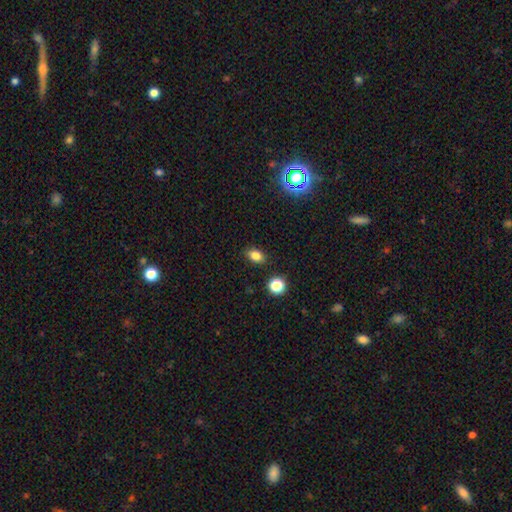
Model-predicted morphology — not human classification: Smooth or featured? smooth (82%)
How rounded? in between (76%)
Merging? none (87%)